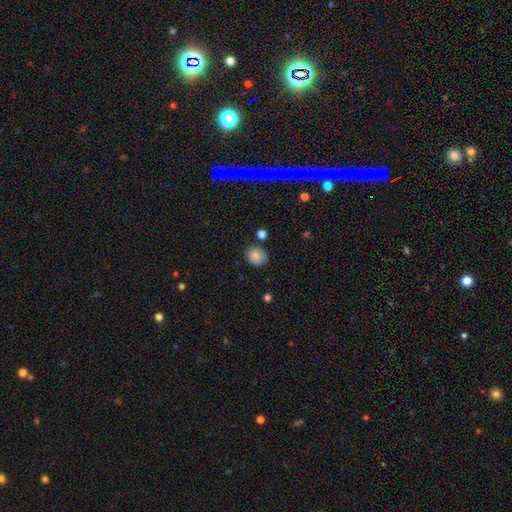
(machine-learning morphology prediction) Smooth or featured: smooth — 80% (star or artifact — 10%)
How rounded: round — 63% (in between — 36%)
Merging: none — 74% (minor disturbance — 19%)